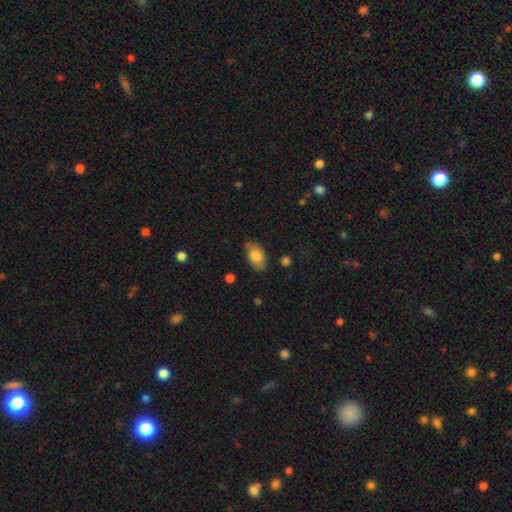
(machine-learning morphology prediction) Smooth or featured? smooth (79%)
How rounded? in between (91%)
Merging? none (75%)